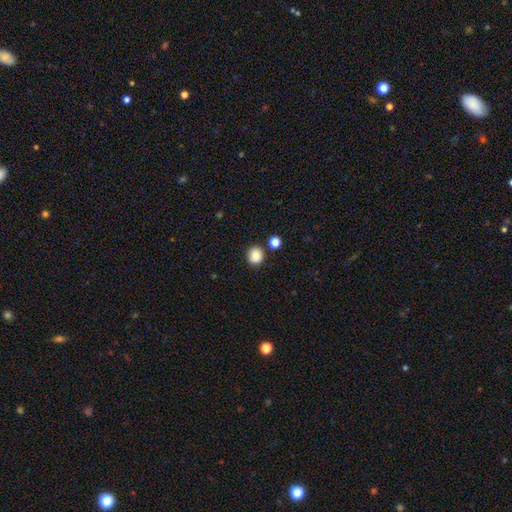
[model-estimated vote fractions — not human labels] The model was most divided on "how rounded": round: 82%, in between: 17%, cigar-shaped: 1%. More confident: smooth or featured — smooth (86%); merging — none (83%).